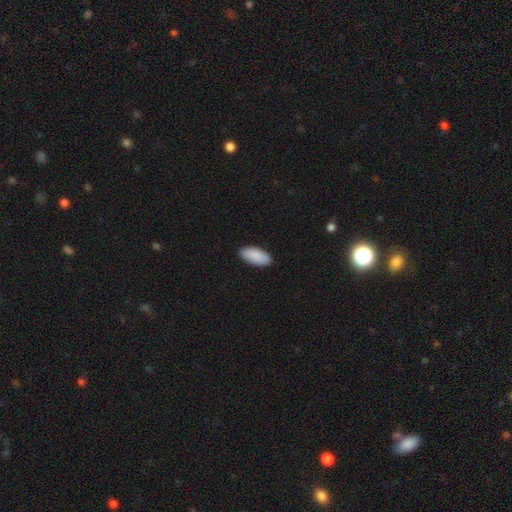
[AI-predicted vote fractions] This is clearly a smooth galaxy (90%). How rounded: clearly in between (92%). Merging: clearly none (89%).